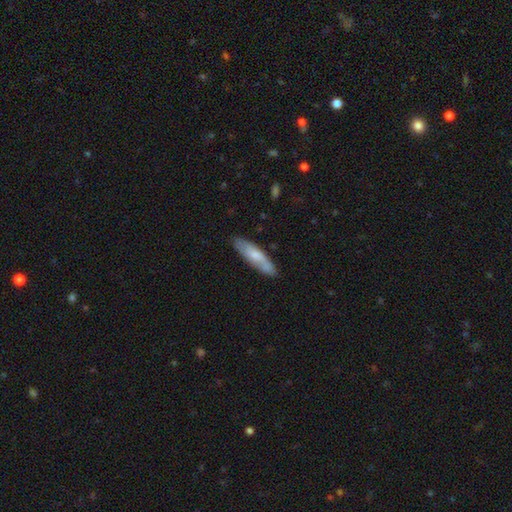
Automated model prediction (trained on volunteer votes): The model was most divided on "smooth or featured": smooth: 58%, featured or disk: 36%, star or artifact: 6%. More confident: merging — none (79%); how rounded — cigar-shaped (70%).